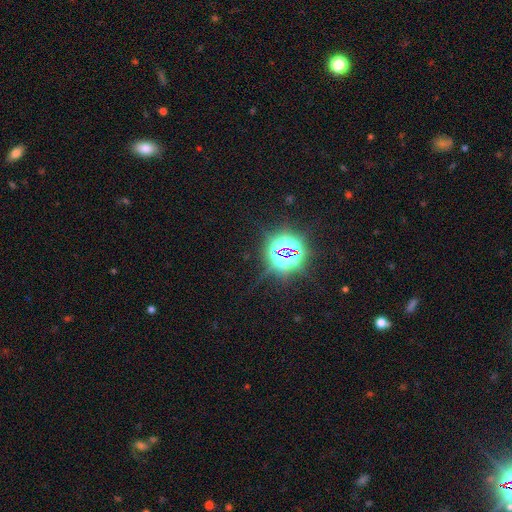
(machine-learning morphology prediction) Smooth or featured? Predicted: star or artifact (p=0.79).